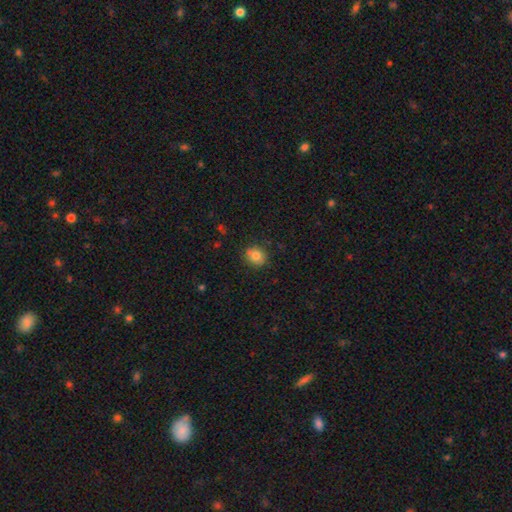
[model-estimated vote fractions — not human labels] Smooth or featured? Predicted: smooth (p=0.82). How rounded? Predicted: round (p=0.64). Merging? Predicted: none (p=0.85).